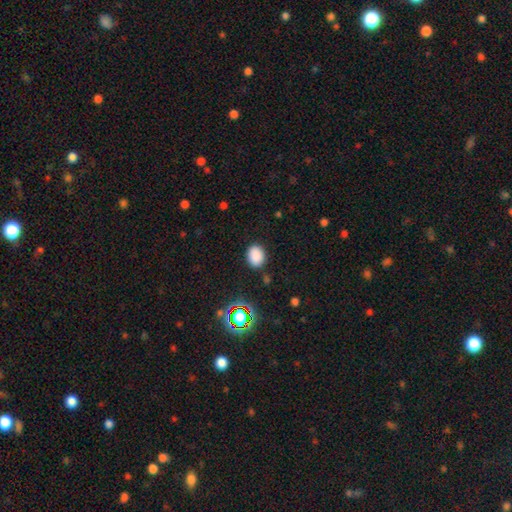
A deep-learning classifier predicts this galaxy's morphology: Smooth or featured?
  - smooth: 83% *
  - star or artifact: 13%
  - featured or disk: 4%
How rounded?
  - in between: 63% *
  - round: 36%
  - cigar-shaped: 1%
Merging?
  - none: 86% *
  - minor disturbance: 10%
  - major disturbance: 3%
  - merger: 2%